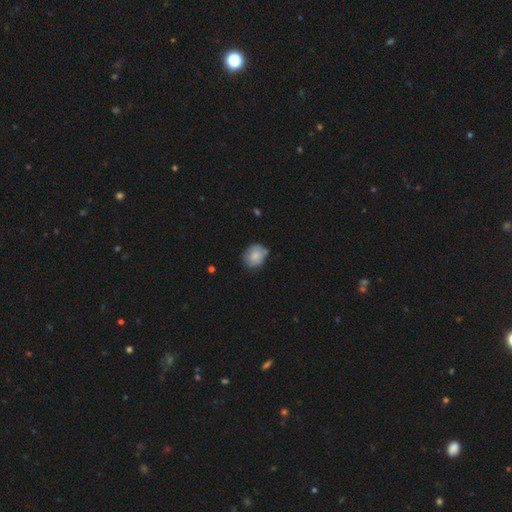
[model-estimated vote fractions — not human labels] Smooth or featured?
  - smooth: 81% *
  - featured or disk: 12%
  - star or artifact: 7%
How rounded?
  - round: 63% *
  - in between: 36%
  - cigar-shaped: 1%
Merging?
  - none: 59% *
  - minor disturbance: 31%
  - major disturbance: 6%
  - merger: 4%